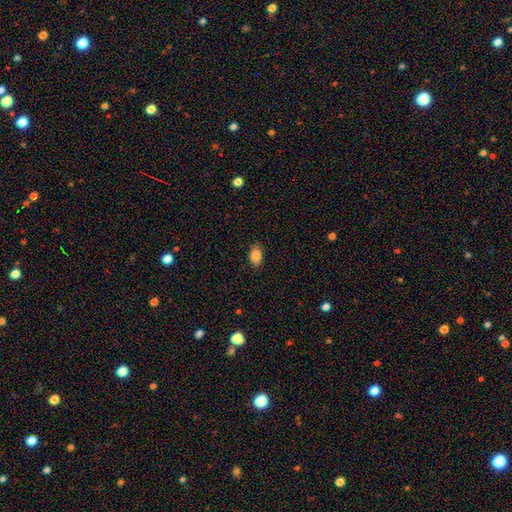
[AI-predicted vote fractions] smooth_or_featured: smooth (p=0.86) [alt: star or artifact p=0.08]
how_rounded: in between (p=0.89) [alt: round p=0.09]
merging: none (p=0.85) [alt: minor disturbance p=0.12]